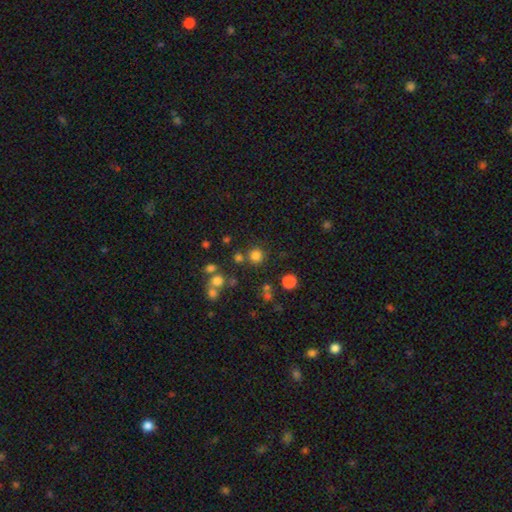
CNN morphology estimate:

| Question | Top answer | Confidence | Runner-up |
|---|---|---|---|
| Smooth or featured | smooth | 77% | star or artifact (17%) |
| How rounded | round | 93% | in between (6%) |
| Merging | none | 80% | merger (9%) |